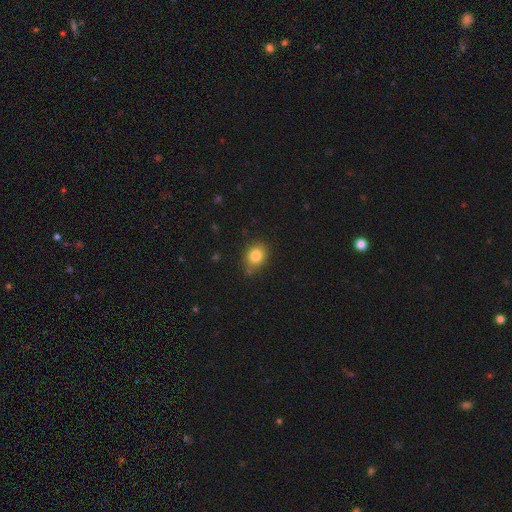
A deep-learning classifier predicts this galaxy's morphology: smooth-or-featured: smooth: 83% | star or artifact: 10% | featured or disk: 7%
  how-rounded: round: 53% | in between: 46% | cigar-shaped: 1%
  merging: none: 73% | minor disturbance: 20% | major disturbance: 4% | merger: 4%